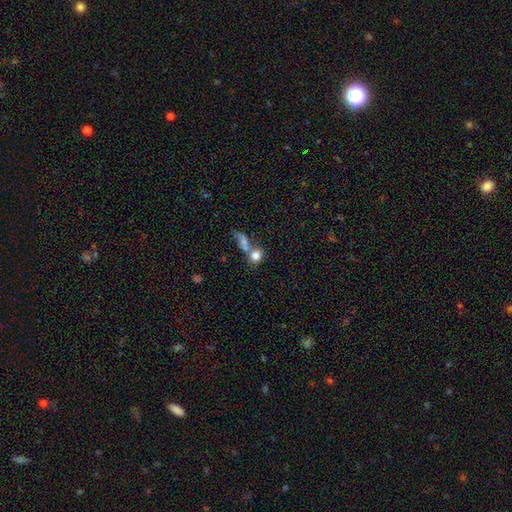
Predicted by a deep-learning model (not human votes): Smooth or featured? smooth (77%)
How rounded? round (70%)
Merging? merger (53%)